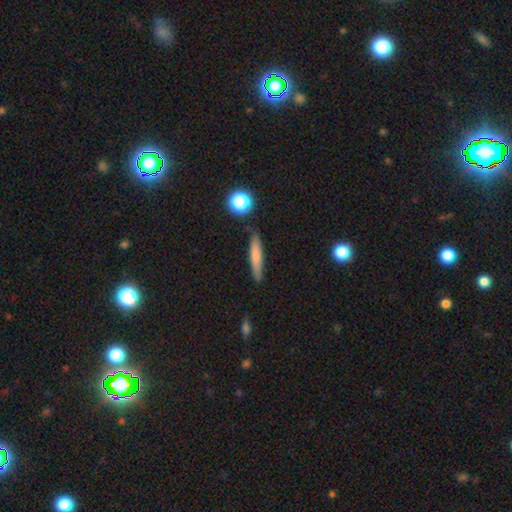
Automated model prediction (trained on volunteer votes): Overall: smooth (71%). How rounded: cigar-shaped (90%). Merging: none (86%).